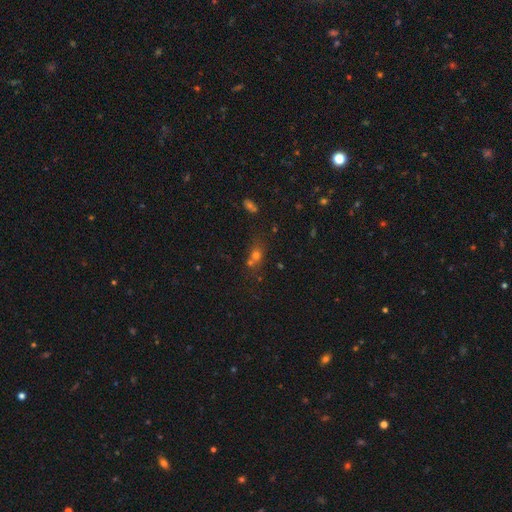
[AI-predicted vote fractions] smooth 57%, star or artifact 28%, featured or disk 15%. Down the decision tree: how rounded — round (62%); merging — none (47%).